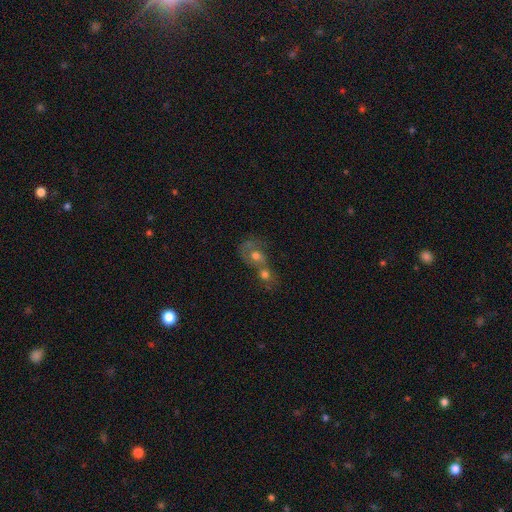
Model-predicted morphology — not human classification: Smooth or featured?
  - smooth: 43% *
  - featured or disk: 41%
  - star or artifact: 16%
Merging?
  - merger: 69% *
  - none: 17%
  - major disturbance: 7%
  - minor disturbance: 6%